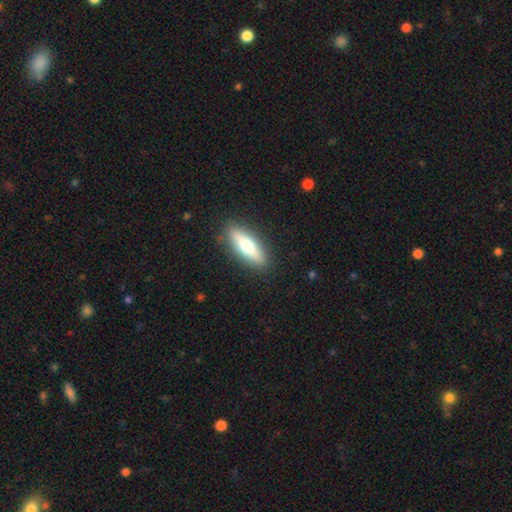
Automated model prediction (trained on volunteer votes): This appears to be a smooth galaxy with no disk features (57%) that is in between round and cigar-shaped (51%). Merging: none (88%).